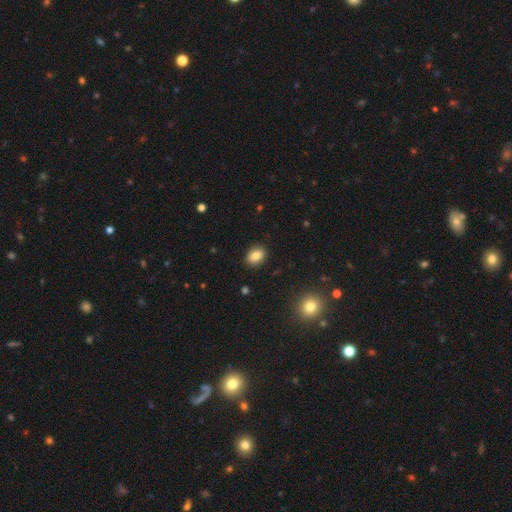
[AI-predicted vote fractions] A smooth galaxy with no disk features (84%) that is in between round and cigar-shaped (71%). Merging: none (89%).